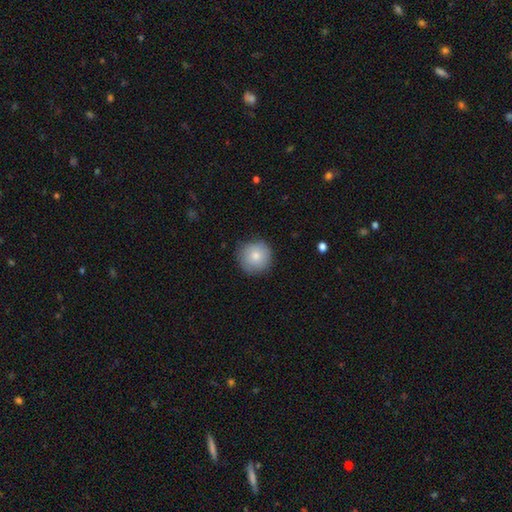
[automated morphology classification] Smooth or featured? smooth (80%)
How rounded? round (95%)
Merging? none (83%)